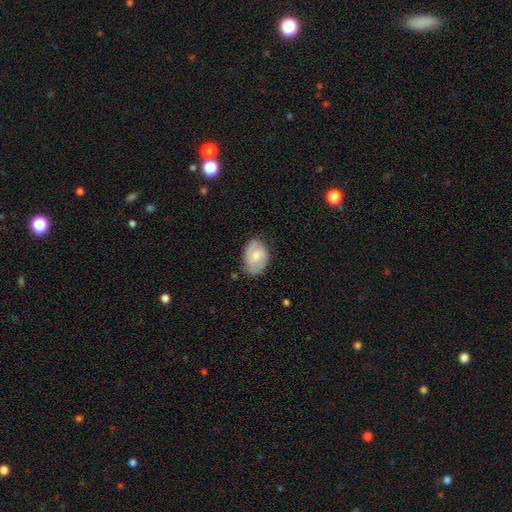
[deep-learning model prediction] This appears to be a smooth galaxy with no disk features (54%) that is in between round and cigar-shaped (81%). Merging: none (71%).